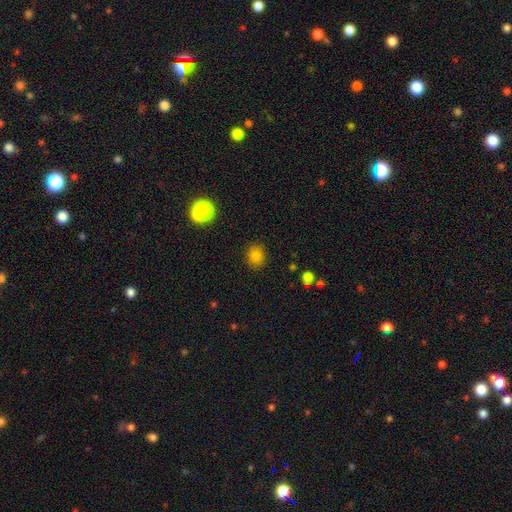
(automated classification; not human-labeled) Smooth or featured?
  - smooth: 81% *
  - star or artifact: 13%
  - featured or disk: 6%
How rounded?
  - round: 70% *
  - in between: 29%
  - cigar-shaped: 1%
Merging?
  - none: 88% *
  - minor disturbance: 8%
  - major disturbance: 2%
  - merger: 1%